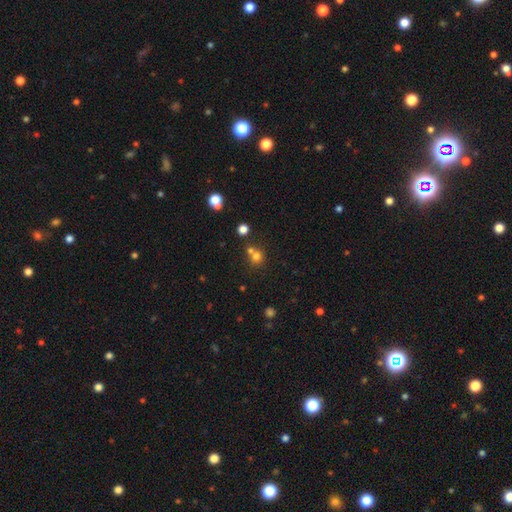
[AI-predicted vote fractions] smooth_or_featured: smooth (p=0.71) [alt: star or artifact p=0.19]
how_rounded: round (p=0.86) [alt: in between p=0.13]
merging: none (p=0.52) [alt: merger p=0.39]